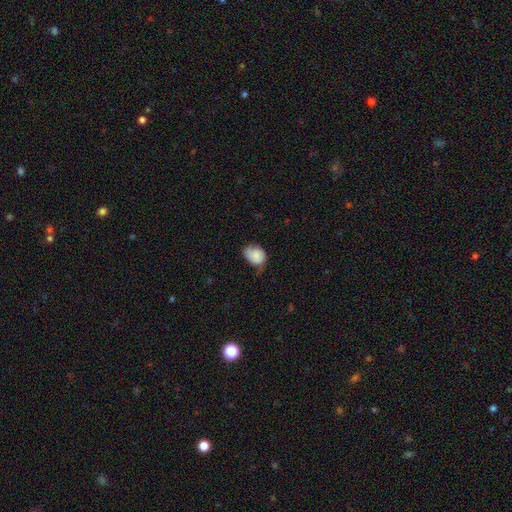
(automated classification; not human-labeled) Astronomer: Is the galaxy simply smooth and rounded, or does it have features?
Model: smooth — 80%.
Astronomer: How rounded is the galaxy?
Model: in between — 60% (runner-up: round, 39%).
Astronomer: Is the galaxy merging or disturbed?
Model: minor disturbance — 44% (runner-up: none, 41%).